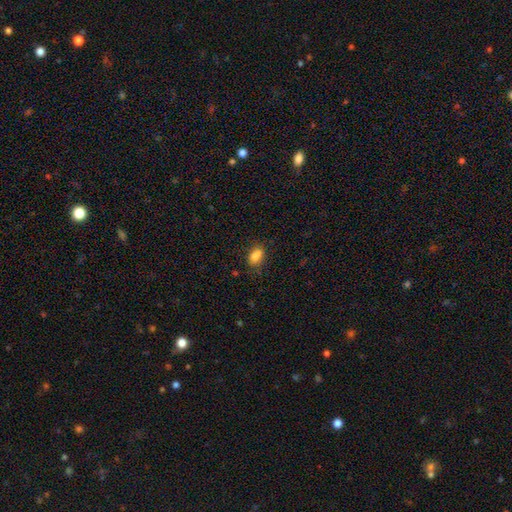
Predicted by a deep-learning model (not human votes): smooth 82%, star or artifact 11%, featured or disk 8%. Down the decision tree: how rounded — in between (82%); merging — none (66%).